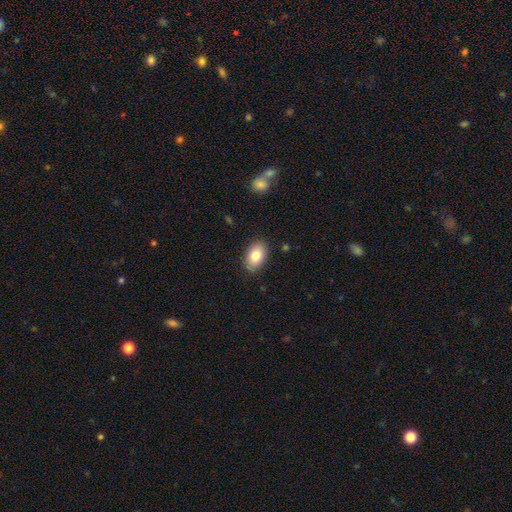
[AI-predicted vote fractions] Smooth or featured: smooth — 83% (featured or disk — 10%)
How rounded: in between — 92% (round — 7%)
Merging: none — 87% (minor disturbance — 10%)